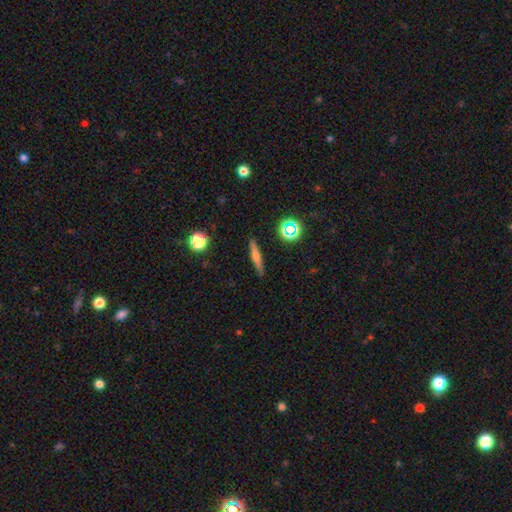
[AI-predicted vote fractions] Smooth or featured? smooth (46%)
Merging? none (88%)